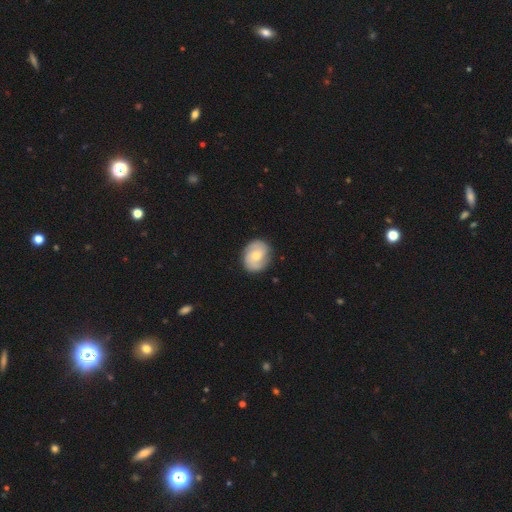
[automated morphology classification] The model was most divided on "smooth or featured": featured or disk: 54%, smooth: 40%, star or artifact: 6%. More confident: edge-on disk — no (97%); spiral arms — yes (86%); merging — none (83%); bar — no (64%); bulge size — moderate (55%).